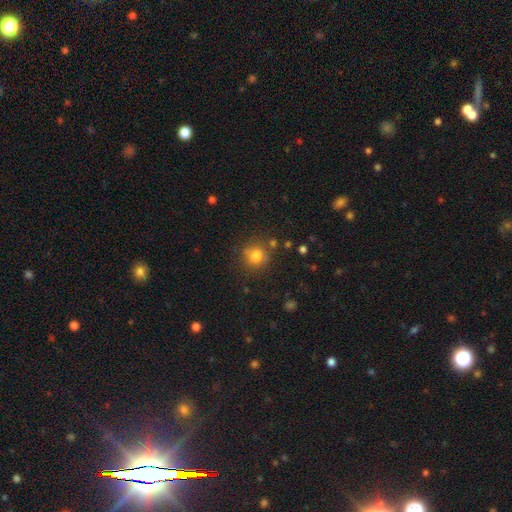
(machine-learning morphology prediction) smooth_or_featured: smooth (p=0.79) [alt: star or artifact p=0.13]
how_rounded: round (p=0.88) [alt: in between p=0.11]
merging: none (p=0.78) [alt: minor disturbance p=0.12]